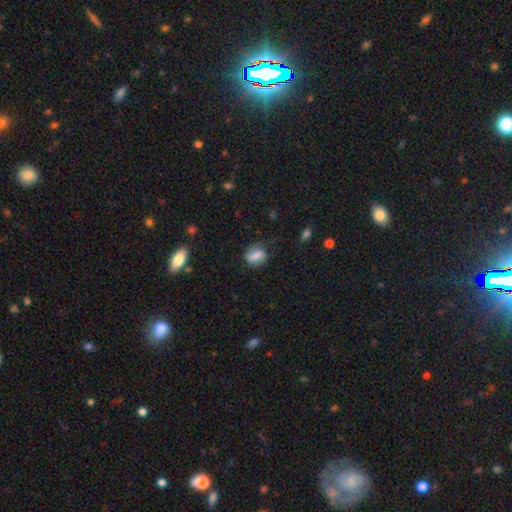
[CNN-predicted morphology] Smooth or featured? smooth (73%)
How rounded? in between (59%)
Merging? none (67%)